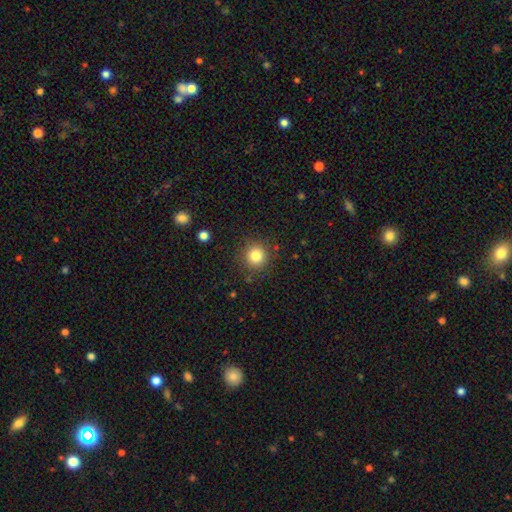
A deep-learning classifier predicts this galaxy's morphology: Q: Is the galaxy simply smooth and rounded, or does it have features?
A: smooth — 82%.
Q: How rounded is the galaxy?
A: round — 93%.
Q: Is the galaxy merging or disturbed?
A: none — 88%.